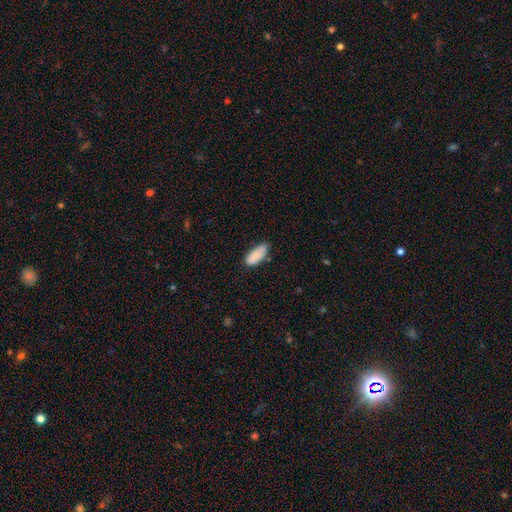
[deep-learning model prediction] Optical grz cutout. It shows a smooth galaxy with no disk features (88%) that is in between round and cigar-shaped (84%). Merging: none (65%).